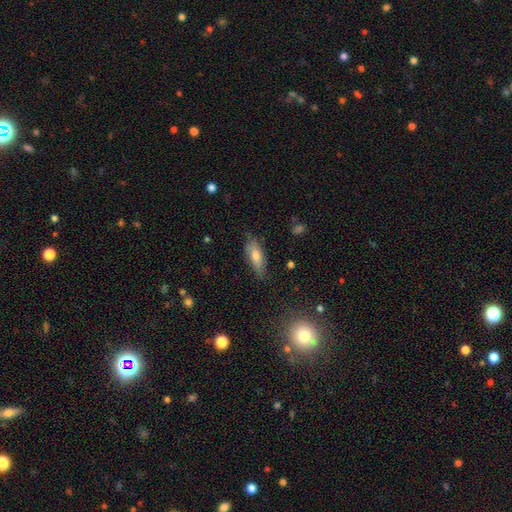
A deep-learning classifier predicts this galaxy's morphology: Q: Smooth or featured?
A: smooth (64%); runner-up: featured or disk (28%)
Q: How rounded?
A: in between (64%); runner-up: cigar-shaped (33%)
Q: Merging?
A: none (74%); runner-up: minor disturbance (20%)